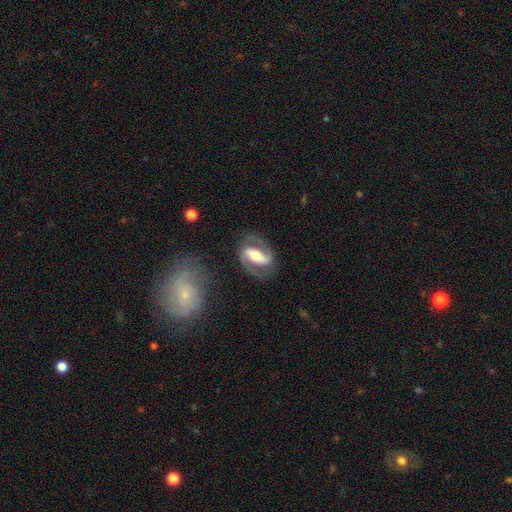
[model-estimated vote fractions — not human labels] A featured or disk galaxy (80%) with a strong bar (58%), 2 (88%) medium (50%) spiral arms (88%) and a moderate central bulge (63%).

Vote fractions:
- Smooth or featured? featured or disk: 80% / smooth: 15% / star or artifact: 6%
- Edge-on disk? no: 94% / yes: 6%
- Bar? strong: 58% / weak: 25% / no: 16%
- Spiral arms? yes: 88% / no: 12%
- Spiral winding? medium: 50% / tight: 29% / loose: 22%
- Spiral arm count? 2: 88% / can't tell: 5% / 1: 4% / 3: 1% / 4: 1% / more than 4: 1%
- Bulge size? moderate: 63% / small: 19% / large: 15% / dominant: 2% / none: 1%
- Merging? none: 75% / minor disturbance: 14% / major disturbance: 9% / merger: 2%